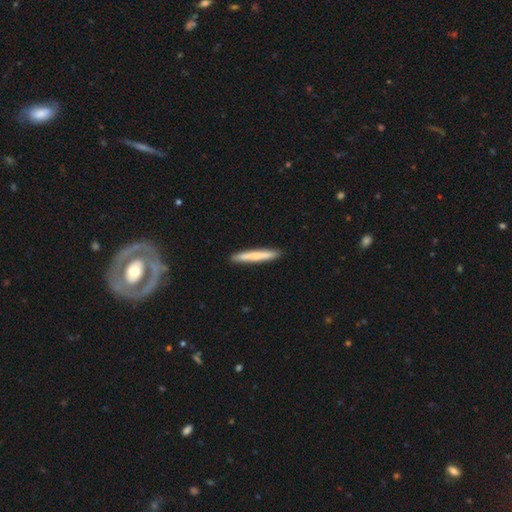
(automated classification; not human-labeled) The model was most divided on "smooth or featured": smooth: 71%, featured or disk: 24%, star or artifact: 5%. More confident: how rounded — cigar-shaped (96%); merging — none (91%).